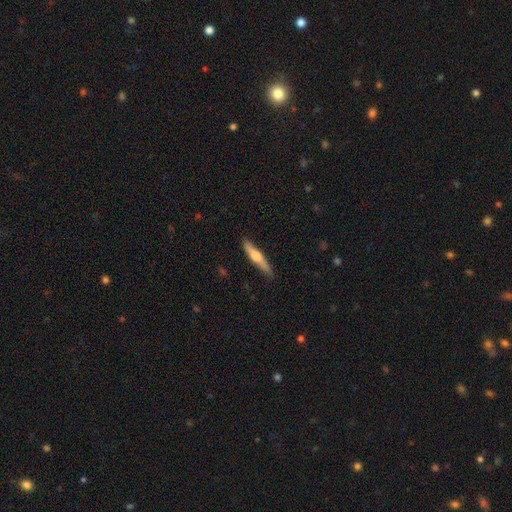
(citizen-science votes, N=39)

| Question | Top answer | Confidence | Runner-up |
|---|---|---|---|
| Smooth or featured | smooth | 54% | featured or disk (38%) |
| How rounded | cigar-shaped | 90% | round (5%) |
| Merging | none | 81% | minor disturbance (19%) |